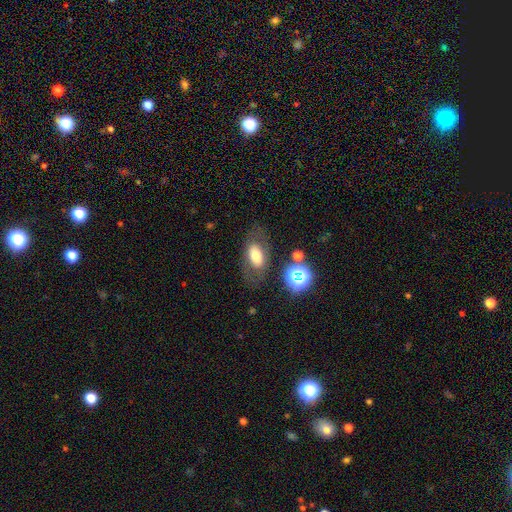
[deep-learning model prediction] smooth-or-featured: smooth: 60% | featured or disk: 28% | star or artifact: 13%
  how-rounded: in between: 88% | round: 9% | cigar-shaped: 3%
  merging: none: 72% | minor disturbance: 15% | major disturbance: 10% | merger: 4%